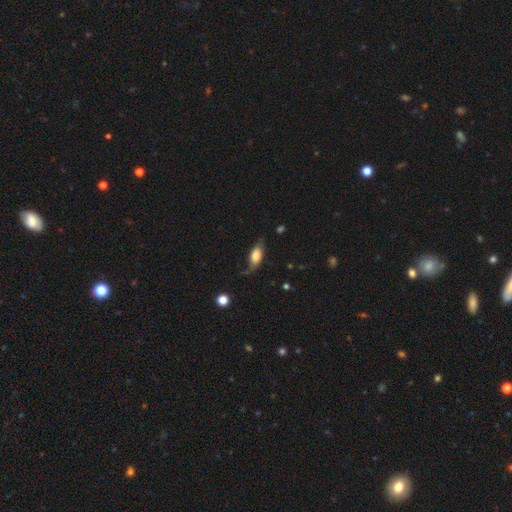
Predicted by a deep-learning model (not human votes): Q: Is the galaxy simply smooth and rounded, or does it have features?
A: smooth — 67%.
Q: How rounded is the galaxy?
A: in between — 84%.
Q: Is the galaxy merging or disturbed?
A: none — 55%.